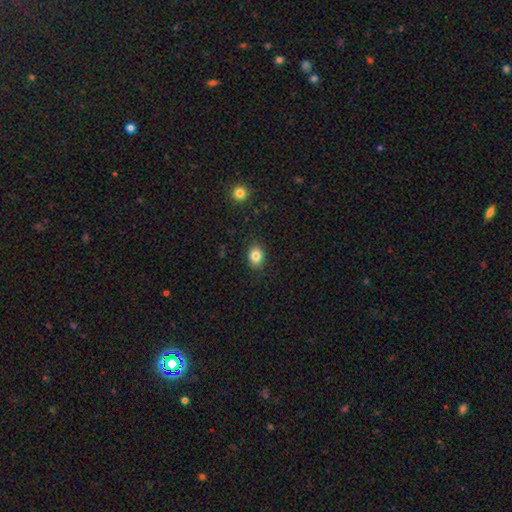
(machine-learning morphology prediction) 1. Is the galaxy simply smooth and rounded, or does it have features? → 84% smooth, 10% star or artifact, 7% featured or disk.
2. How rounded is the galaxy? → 56% in between, 43% round, 1% cigar-shaped.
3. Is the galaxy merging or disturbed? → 87% none, 10% minor disturbance, 2% major disturbance, 1% merger.